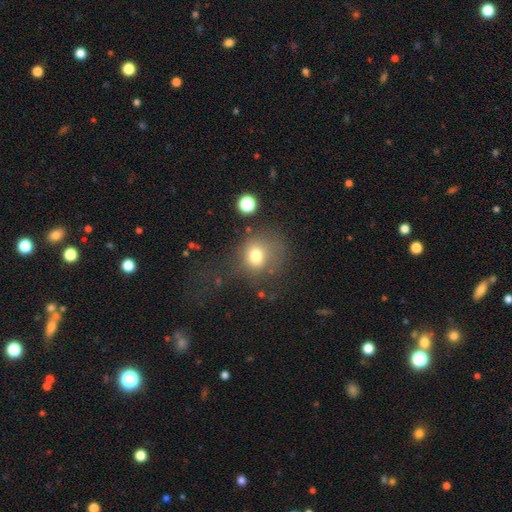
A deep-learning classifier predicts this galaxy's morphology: smooth-or-featured: smooth: 75% | star or artifact: 14% | featured or disk: 12%
  how-rounded: round: 75% | in between: 24% | cigar-shaped: 1%
  merging: none: 52% | major disturbance: 22% | minor disturbance: 21% | merger: 5%